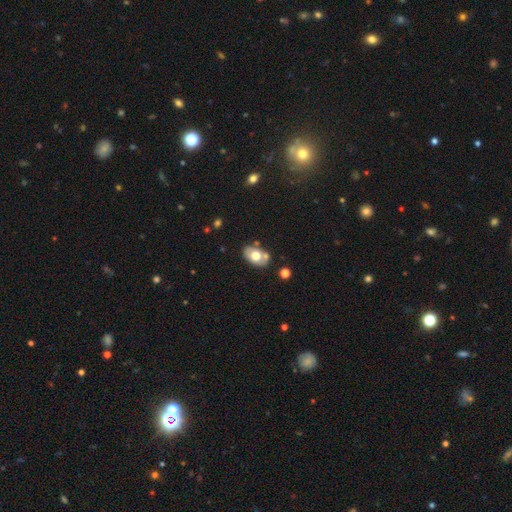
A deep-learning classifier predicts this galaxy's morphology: type=smooth (62%); roundness=in between (86%); merging=none (68%).